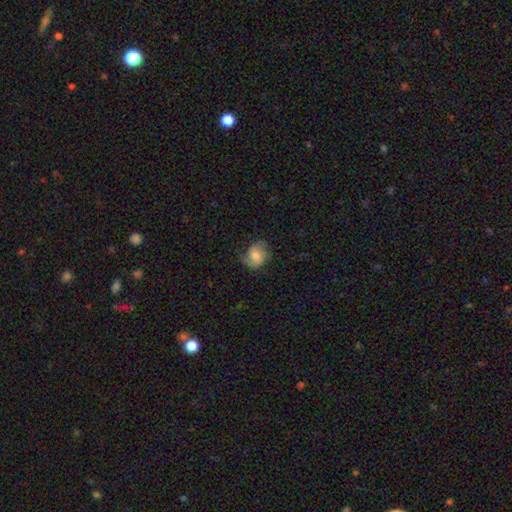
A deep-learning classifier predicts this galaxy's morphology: Smooth or featured: featured or disk — 47% (smooth — 45%)
Merging: none — 63% (minor disturbance — 25%)